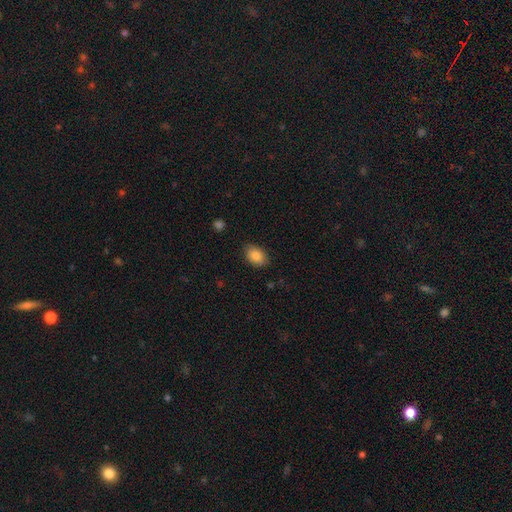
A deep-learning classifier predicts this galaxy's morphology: A smooth galaxy with no disk features (84%) that is in between round and cigar-shaped (83%). Merging: none (84%).